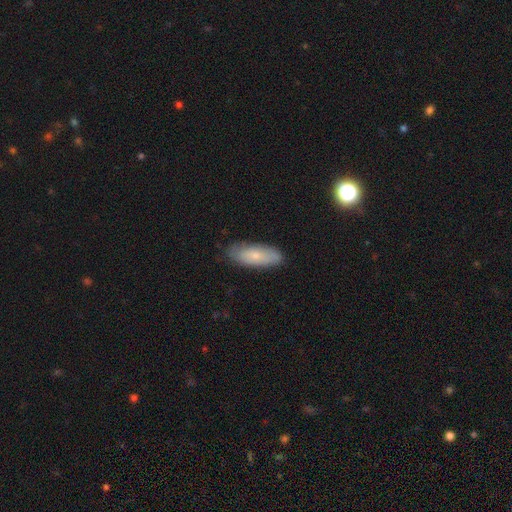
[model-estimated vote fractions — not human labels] smooth_or_featured: smooth (p=0.67) [alt: featured or disk p=0.26]
how_rounded: in between (p=0.68) [alt: cigar-shaped p=0.30]
merging: none (p=0.81) [alt: minor disturbance p=0.16]